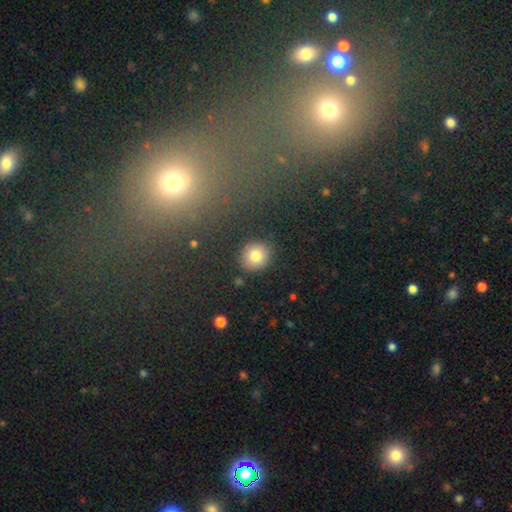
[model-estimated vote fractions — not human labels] This appears to be a smooth galaxy with no disk features (81%) that is round (80%). Merging: none (87%).